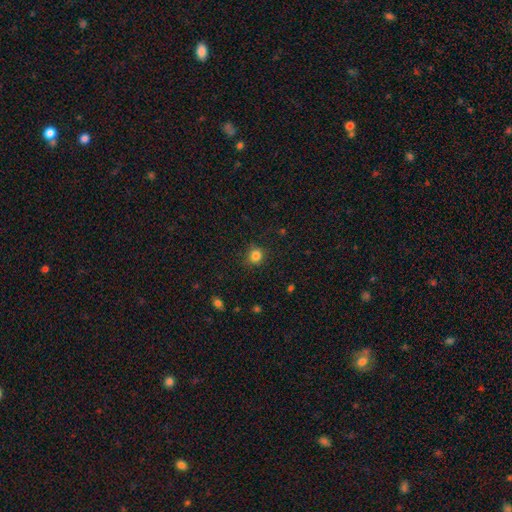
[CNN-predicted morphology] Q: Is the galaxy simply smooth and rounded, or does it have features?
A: smooth — 83%.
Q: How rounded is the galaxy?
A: round — 83%.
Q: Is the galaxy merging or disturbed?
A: none — 83%.